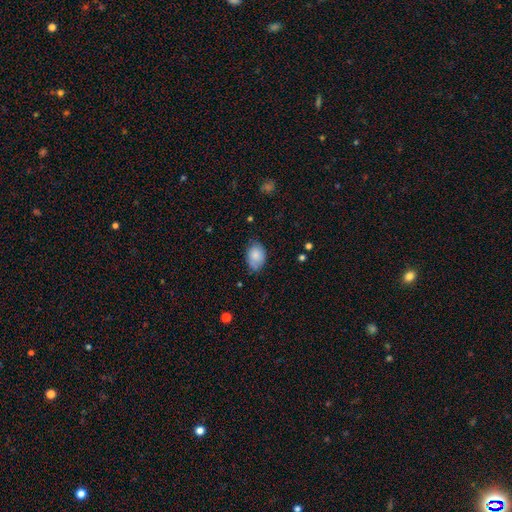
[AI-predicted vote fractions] Morphology: type=smooth (83%); roundness=in between (78%); merging=none (66%).